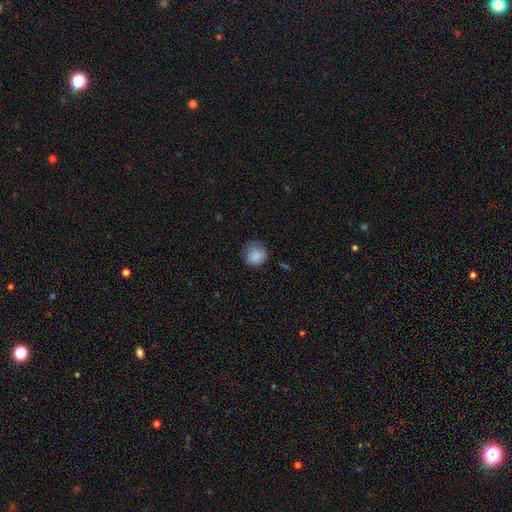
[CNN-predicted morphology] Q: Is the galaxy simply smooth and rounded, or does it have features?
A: smooth — 84%.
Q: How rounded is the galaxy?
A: round — 83%.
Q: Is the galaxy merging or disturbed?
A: none — 66%.